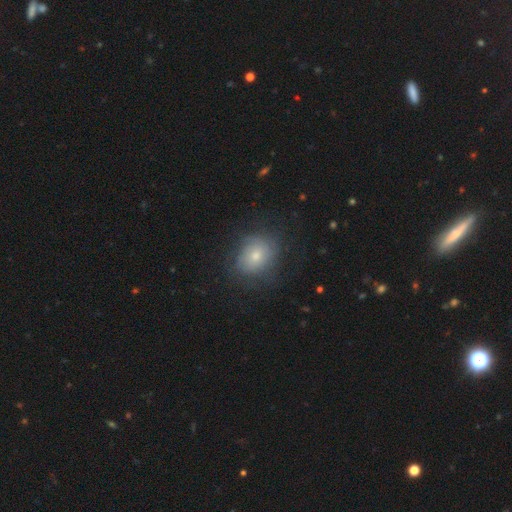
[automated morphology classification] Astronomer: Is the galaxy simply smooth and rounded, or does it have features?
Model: smooth — 63%.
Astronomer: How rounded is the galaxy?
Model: round — 55% (runner-up: in between, 44%).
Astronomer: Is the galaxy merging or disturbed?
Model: none — 69%.